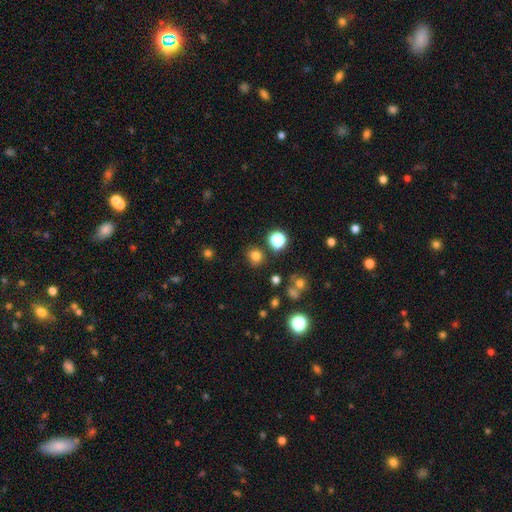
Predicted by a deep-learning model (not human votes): smooth-or-featured: smooth: 77% | star or artifact: 17% | featured or disk: 5%
  how-rounded: round: 80% | in between: 19% | cigar-shaped: 1%
  merging: none: 83% | minor disturbance: 10% | merger: 4% | major disturbance: 3%